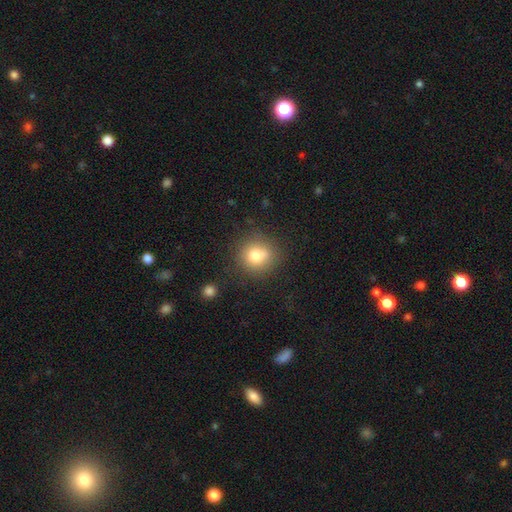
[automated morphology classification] A smooth galaxy with no disk features (77%) that is round (88%).

Vote fractions:
- Smooth or featured? smooth: 77% / star or artifact: 12% / featured or disk: 12%
- How rounded? round: 88% / in between: 11% / cigar-shaped: 1%
- Merging? none: 73% / minor disturbance: 13% / merger: 9% / major disturbance: 4%